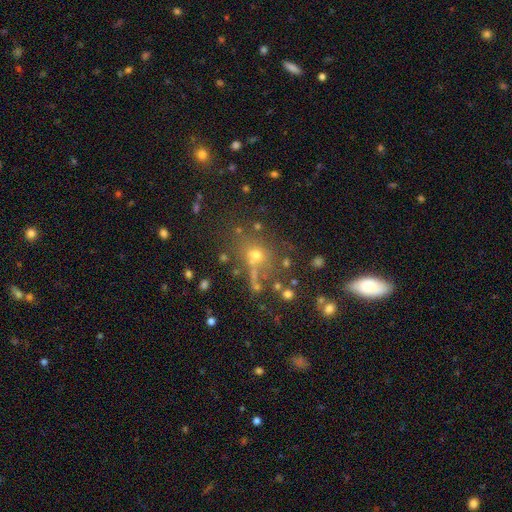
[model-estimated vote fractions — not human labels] Smooth or featured: smooth — 54% (star or artifact — 30%)
How rounded: round — 70% (in between — 27%)
Merging: none — 60% (merger — 16%)